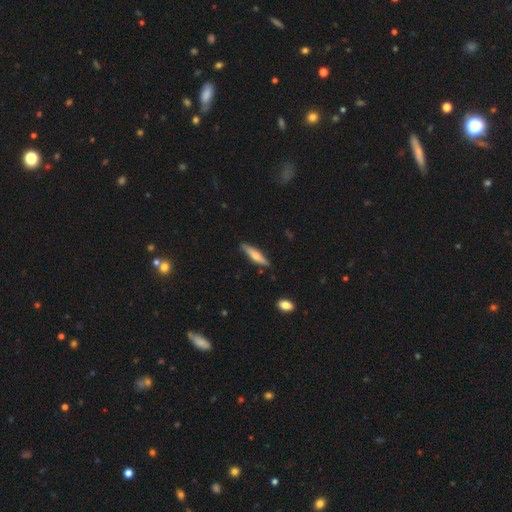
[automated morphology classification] type=smooth (48%); merging=none (87%).